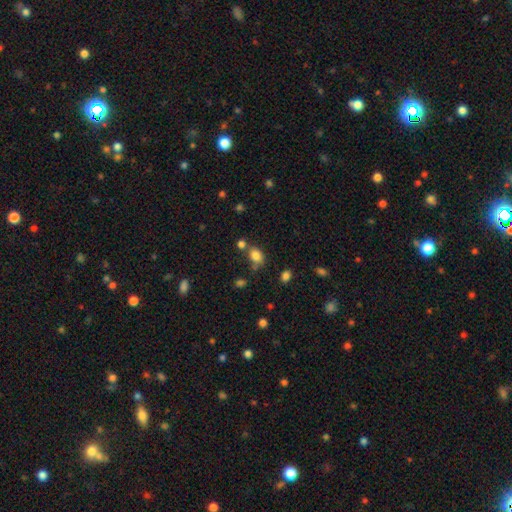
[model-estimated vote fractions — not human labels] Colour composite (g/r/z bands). It shows a smooth galaxy with no disk features (82%) that is in between round and cigar-shaped (66%). Merging: none (59%).